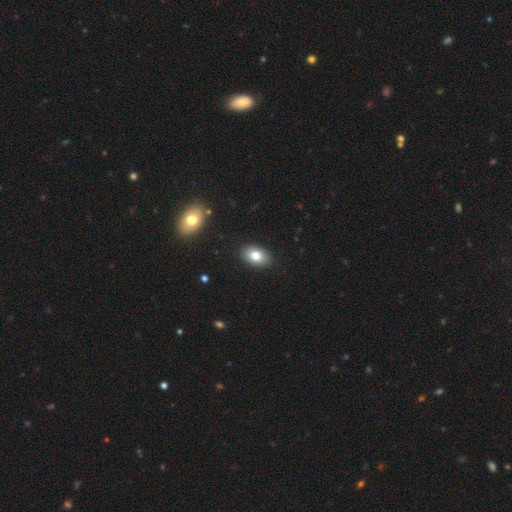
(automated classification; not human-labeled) A smooth galaxy with no disk features (77%) that is in between round and cigar-shaped (86%). Merging: none (88%).